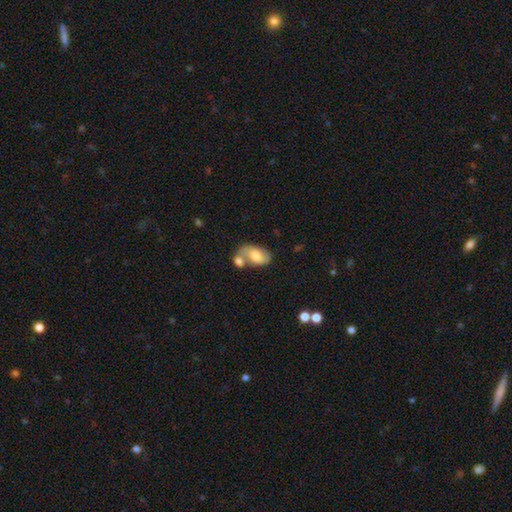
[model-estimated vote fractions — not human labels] Overall: smooth (56%; featured or disk 37%). How rounded: in between (90%). Merging: merger (41%; none 37%).